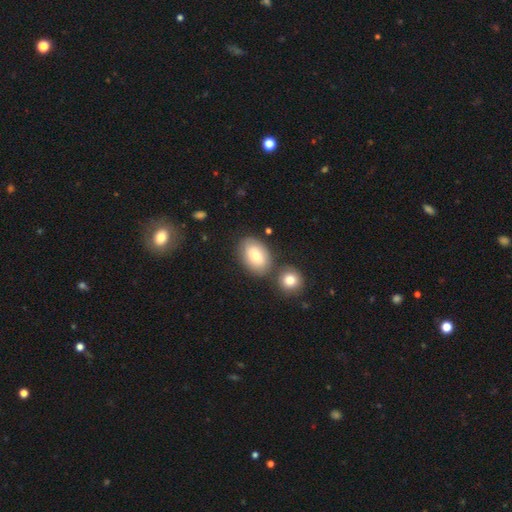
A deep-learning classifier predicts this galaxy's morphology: smooth_or_featured: smooth (p=0.79) [alt: featured or disk p=0.15]
how_rounded: in between (p=0.88) [alt: round p=0.10]
merging: none (p=0.66) [alt: merger p=0.18]